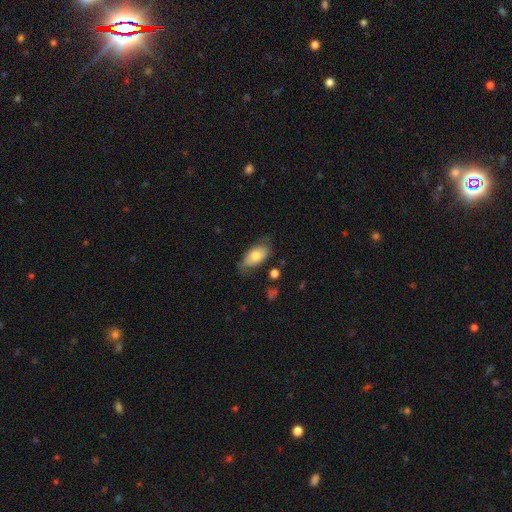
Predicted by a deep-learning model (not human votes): smooth 72%, featured or disk 21%, star or artifact 7%. Down the decision tree: how rounded — in between (92%); merging — none (62%).